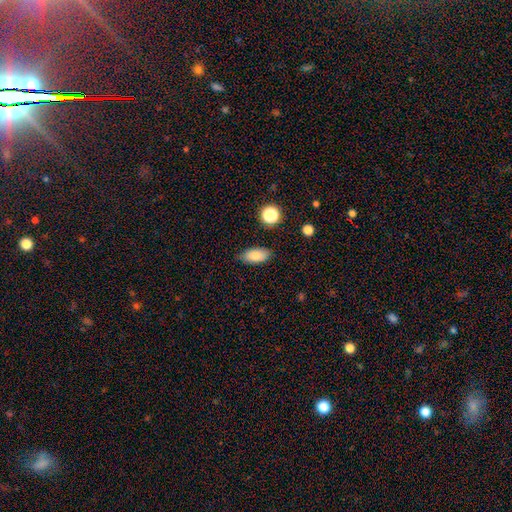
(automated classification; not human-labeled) Morphology: type=smooth (82%); roundness=in between (90%); merging=none (82%).